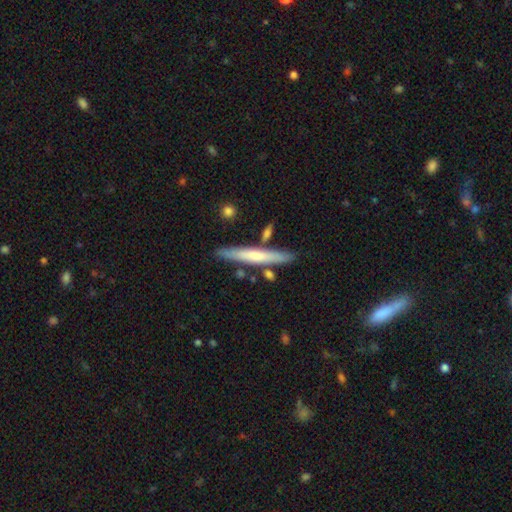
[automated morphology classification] Q: Smooth or featured?
A: smooth (55%); runner-up: featured or disk (41%)
Q: How rounded?
A: cigar-shaped (95%); runner-up: in between (4%)
Q: Merging?
A: none (82%); runner-up: minor disturbance (10%)